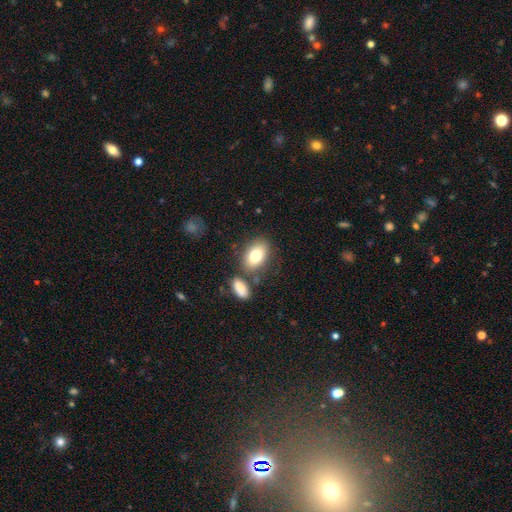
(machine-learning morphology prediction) This appears to be a smooth galaxy with no disk features (79%) that is in between round and cigar-shaped (87%). Merging: none (70%).